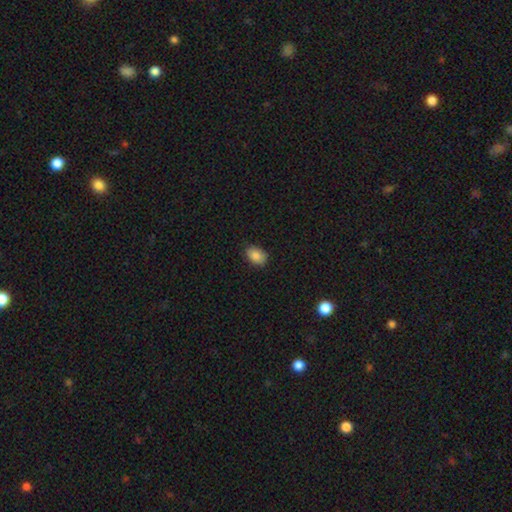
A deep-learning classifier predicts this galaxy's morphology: This appears to be a smooth galaxy with no disk features (87%) that is in between round and cigar-shaped (80%). Merging: none (85%).